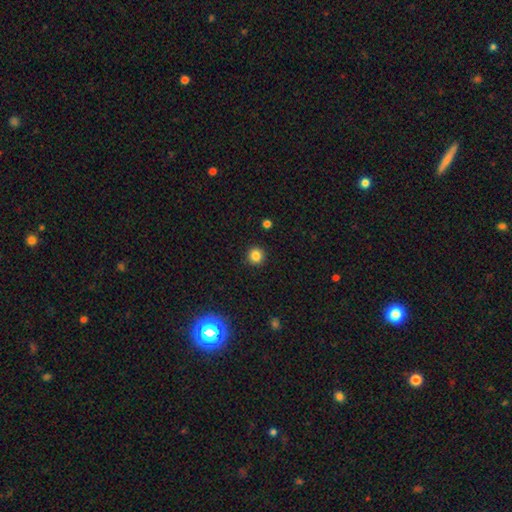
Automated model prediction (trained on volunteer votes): Morphology: type=smooth (83%); roundness=round (94%); merging=none (92%).